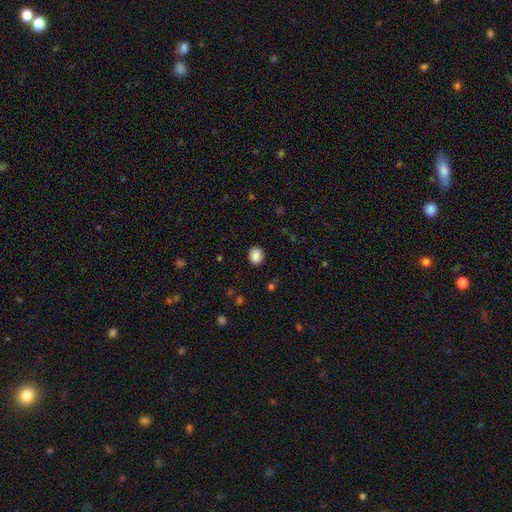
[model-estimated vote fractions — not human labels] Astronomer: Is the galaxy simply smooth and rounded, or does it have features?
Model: smooth — 88%.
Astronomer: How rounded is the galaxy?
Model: round — 65%.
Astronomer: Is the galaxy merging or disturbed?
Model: none — 89%.